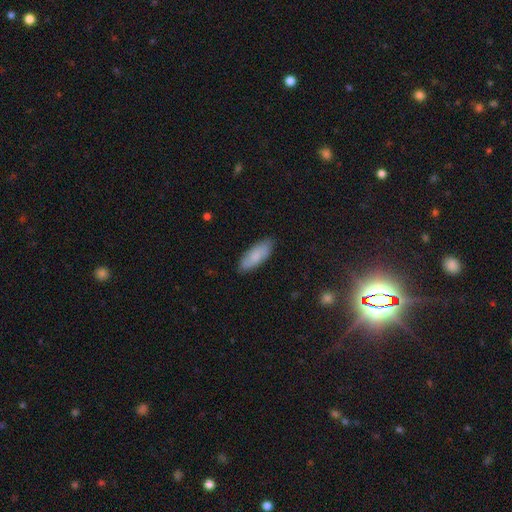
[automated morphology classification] Overall: smooth (78%). How rounded: in between (75%). Merging: none (84%).